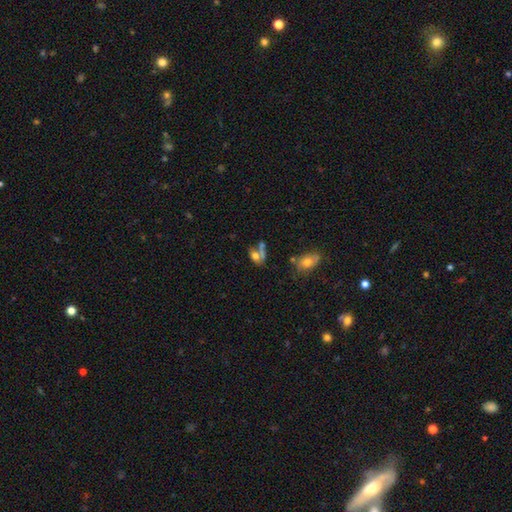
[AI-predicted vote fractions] A smooth galaxy with no disk features (45%).

Vote fractions:
- Smooth or featured? smooth: 45% / star or artifact: 29% / featured or disk: 27%
- Merging? none: 39% / merger: 35% / minor disturbance: 13% / major disturbance: 12%